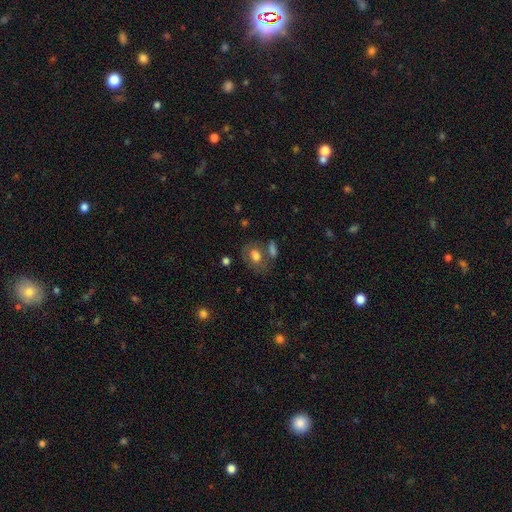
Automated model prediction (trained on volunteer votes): smooth-or-featured: smooth: 66% | featured or disk: 24% | star or artifact: 10%
  how-rounded: in between: 72% | round: 26% | cigar-shaped: 2%
  merging: none: 49% | merger: 26% | minor disturbance: 16% | major disturbance: 9%